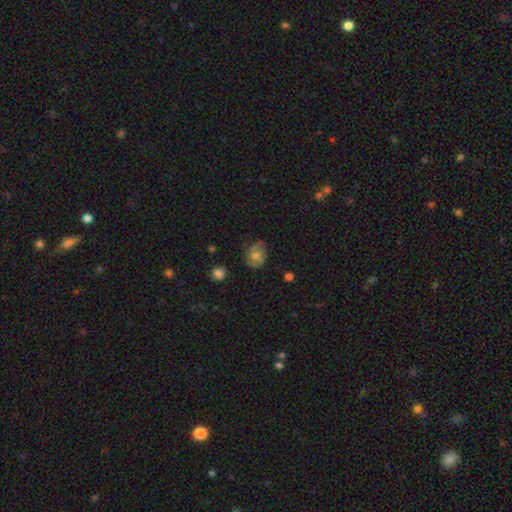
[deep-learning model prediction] smooth_or_featured: smooth (p=0.63) [alt: featured or disk p=0.26]
how_rounded: round (p=0.58) [alt: in between p=0.41]
merging: none (p=0.59) [alt: minor disturbance p=0.30]